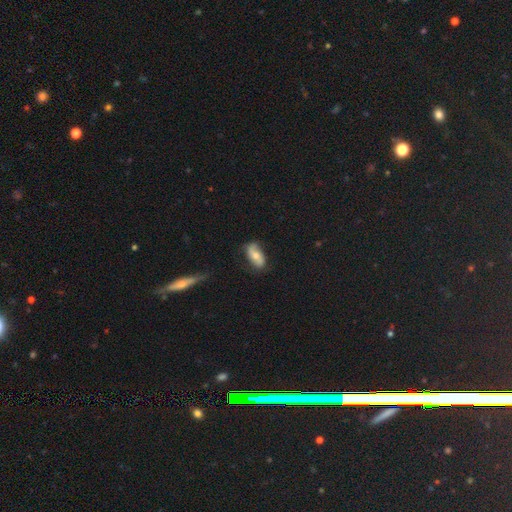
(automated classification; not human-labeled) smooth 49%, featured or disk 44%, star or artifact 7%. Down the decision tree: merging — none (67%).